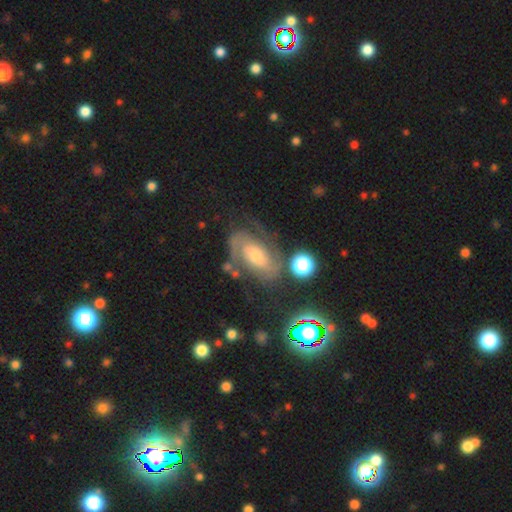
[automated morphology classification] This appears to be a featured or disk galaxy (75%) with no bar (57%), 2 (62%) tight (47%) spiral arms (91%) and a moderate central bulge (54%). Merging: none (60%).